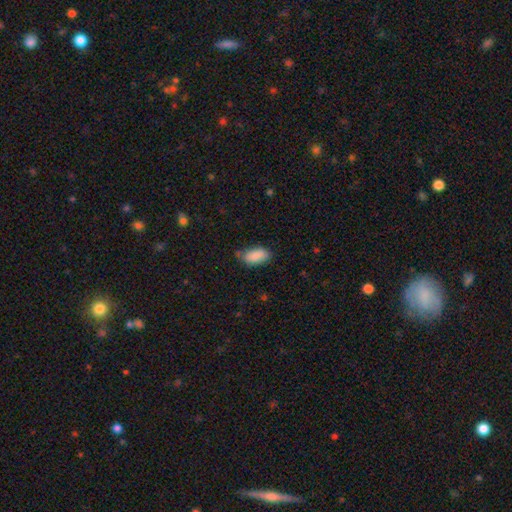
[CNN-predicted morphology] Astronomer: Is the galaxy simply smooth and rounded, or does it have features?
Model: smooth — 88%.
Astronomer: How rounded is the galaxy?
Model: in between — 92%.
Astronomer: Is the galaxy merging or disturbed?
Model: none — 68%.